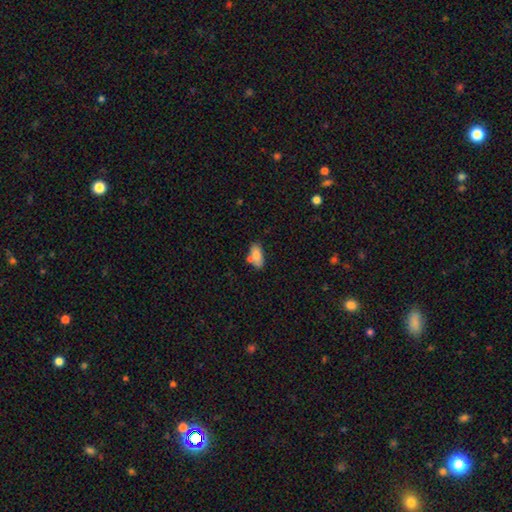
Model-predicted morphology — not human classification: This appears to be a smooth galaxy with no disk features (79%) that is in between round and cigar-shaped (89%). Merging: none (57%).